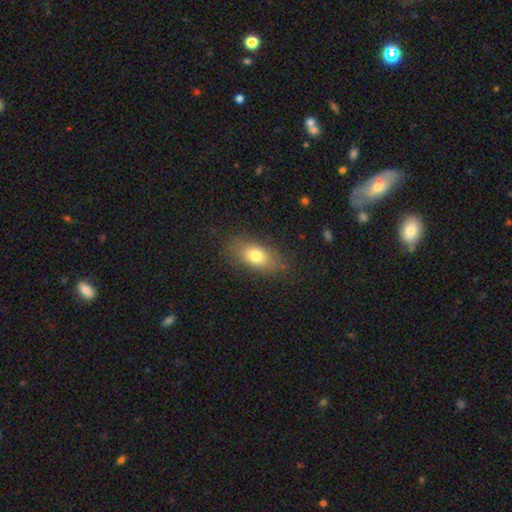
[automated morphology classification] Smooth or featured?
  - smooth: 77% *
  - featured or disk: 14%
  - star or artifact: 9%
How rounded?
  - in between: 85% *
  - round: 9%
  - cigar-shaped: 6%
Merging?
  - none: 81% *
  - minor disturbance: 13%
  - major disturbance: 5%
  - merger: 1%